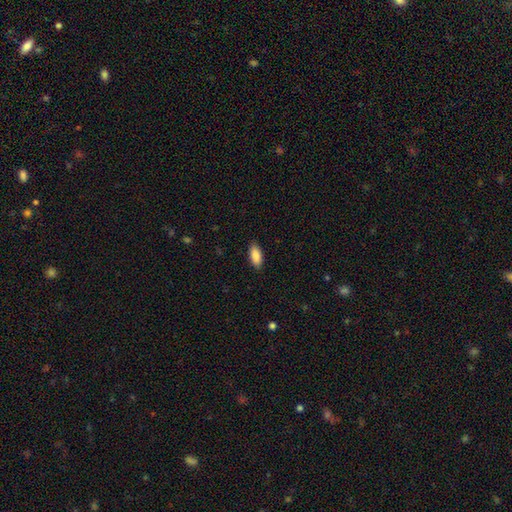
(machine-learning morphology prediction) Smooth or featured? Predicted: smooth (p=0.89). How rounded? Predicted: in between (p=0.89). Merging? Predicted: none (p=0.89).